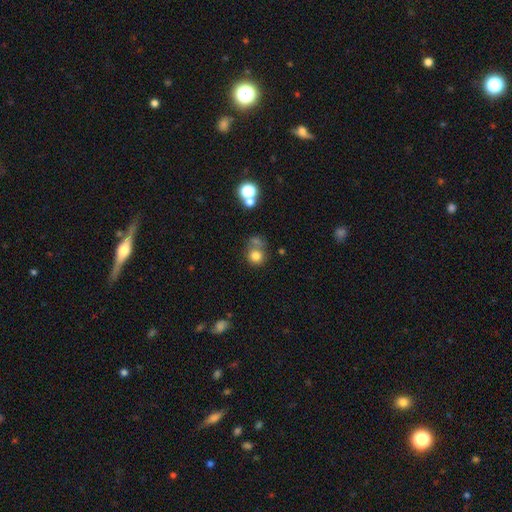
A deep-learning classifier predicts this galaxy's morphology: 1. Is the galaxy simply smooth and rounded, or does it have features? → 77% smooth, 14% star or artifact, 10% featured or disk.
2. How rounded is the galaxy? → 85% round, 14% in between, 1% cigar-shaped.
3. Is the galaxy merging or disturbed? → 53% none, 28% merger, 12% minor disturbance, 7% major disturbance.